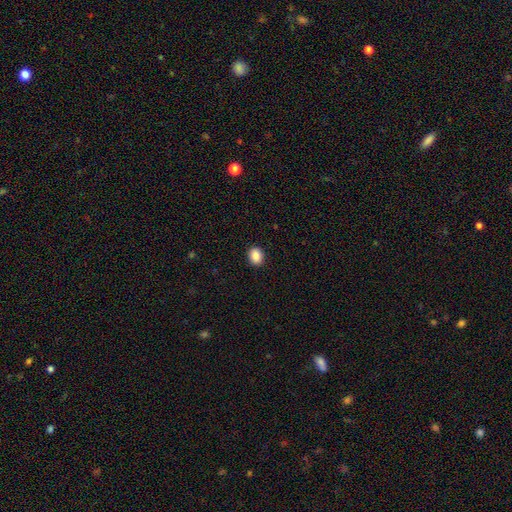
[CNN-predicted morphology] Smooth or featured: smooth — 88% (star or artifact — 8%)
How rounded: in between — 53% (round — 46%)
Merging: none — 91% (minor disturbance — 6%)